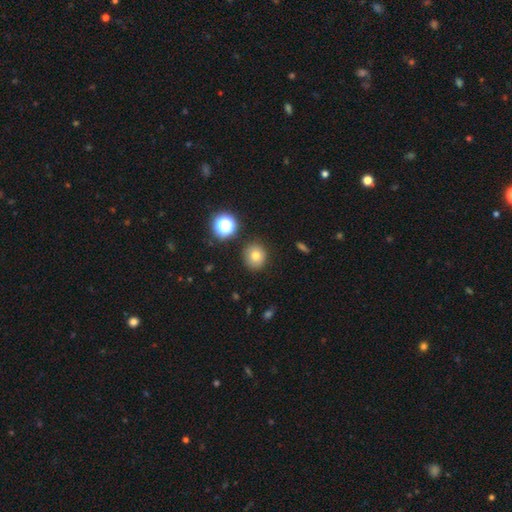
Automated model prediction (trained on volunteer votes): smooth-or-featured: smooth: 76% | star or artifact: 14% | featured or disk: 10%
  how-rounded: round: 88% | in between: 11% | cigar-shaped: 1%
  merging: none: 88% | minor disturbance: 7% | merger: 2% | major disturbance: 2%